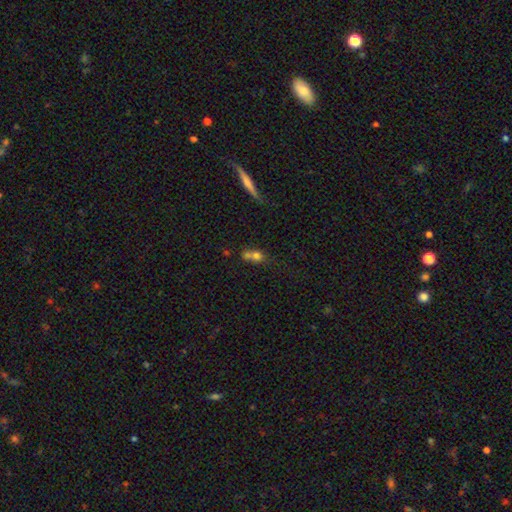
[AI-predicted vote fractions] Smooth or featured?
  - smooth: 69% *
  - featured or disk: 19%
  - star or artifact: 12%
How rounded?
  - round: 54% *
  - in between: 40%
  - cigar-shaped: 6%
Merging?
  - merger: 58% *
  - none: 26%
  - minor disturbance: 9%
  - major disturbance: 6%